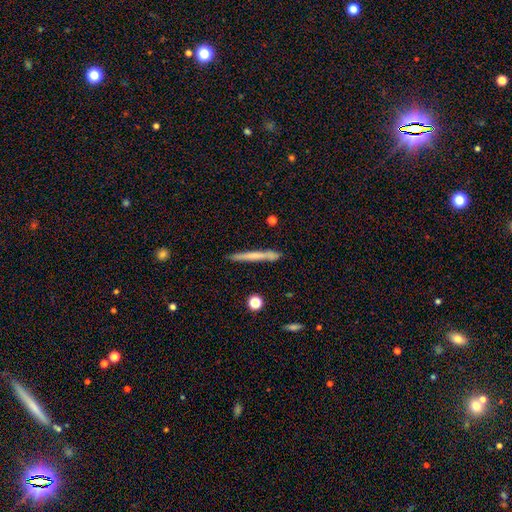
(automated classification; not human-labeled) A smooth galaxy with no disk features (56%) that is cigar-shaped (96%).

Vote fractions:
- Smooth or featured? smooth: 56% / featured or disk: 37% / star or artifact: 7%
- How rounded? cigar-shaped: 96% / in between: 2% / round: 2%
- Merging? none: 84% / minor disturbance: 10% / merger: 3% / major disturbance: 2%